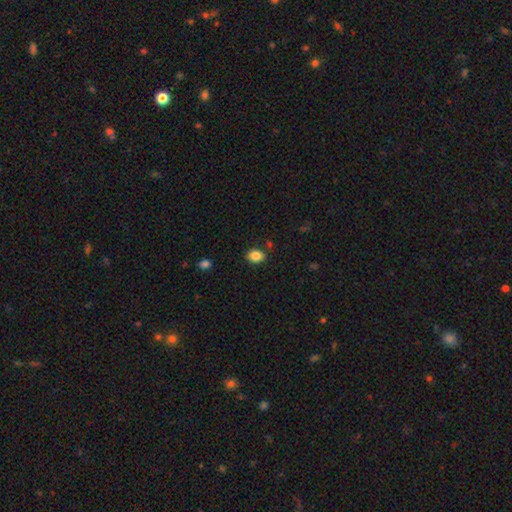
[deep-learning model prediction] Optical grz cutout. It shows a smooth galaxy with no disk features (86%) that is in between round and cigar-shaped (64%). Merging: none (84%).